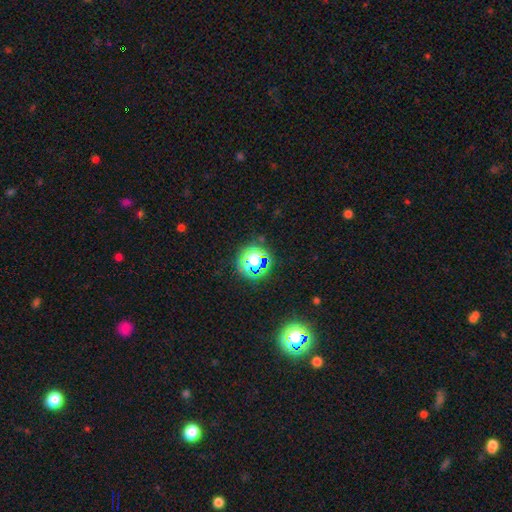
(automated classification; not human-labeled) Q: Smooth or featured?
A: star or artifact (75%); runner-up: smooth (17%)